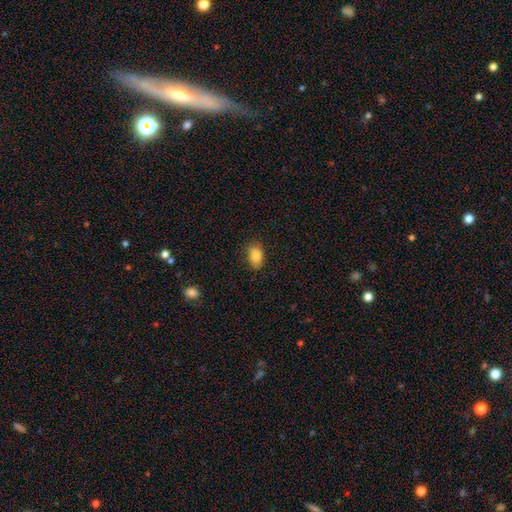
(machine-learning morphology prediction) Q: Smooth or featured?
A: smooth (85%); runner-up: star or artifact (8%)
Q: How rounded?
A: in between (84%); runner-up: round (14%)
Q: Merging?
A: none (81%); runner-up: minor disturbance (15%)